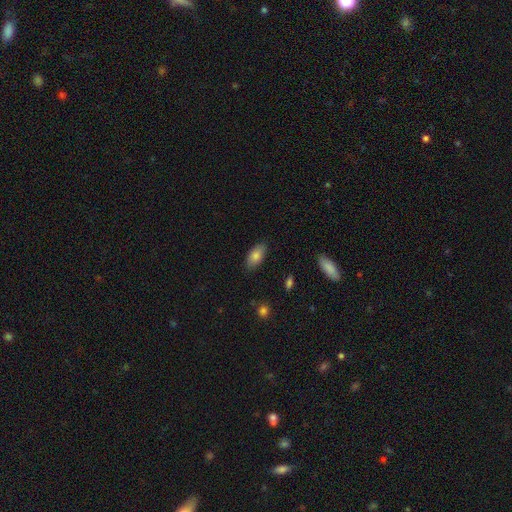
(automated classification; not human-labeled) Smooth or featured? smooth (82%)
How rounded? in between (91%)
Merging? none (85%)